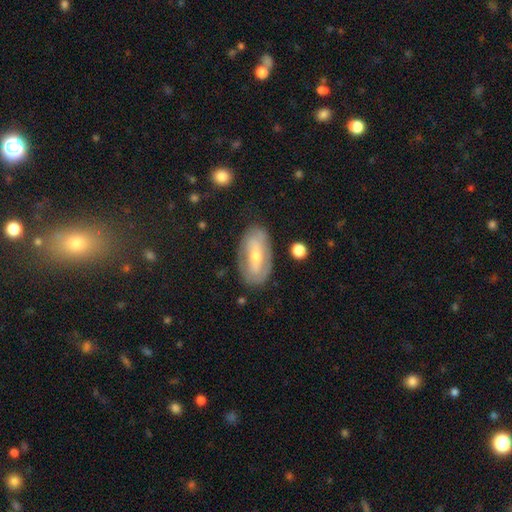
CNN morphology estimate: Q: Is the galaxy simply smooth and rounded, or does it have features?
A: featured or disk — 63%.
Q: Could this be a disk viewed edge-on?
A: no — 88%.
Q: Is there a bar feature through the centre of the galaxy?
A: strong — 37%.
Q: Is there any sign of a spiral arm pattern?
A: yes — 55%.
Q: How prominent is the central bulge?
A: moderate — 49%.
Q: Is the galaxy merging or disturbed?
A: none — 78%.